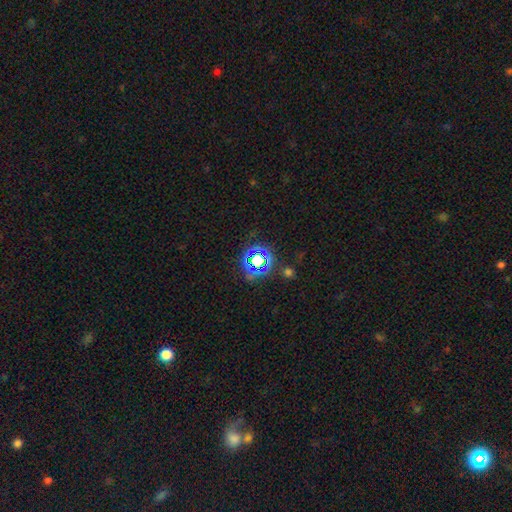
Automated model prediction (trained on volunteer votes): A star or artifact, not a galaxy (66%).

Vote fractions:
- Smooth or featured? star or artifact: 66% / smooth: 24% / featured or disk: 10%